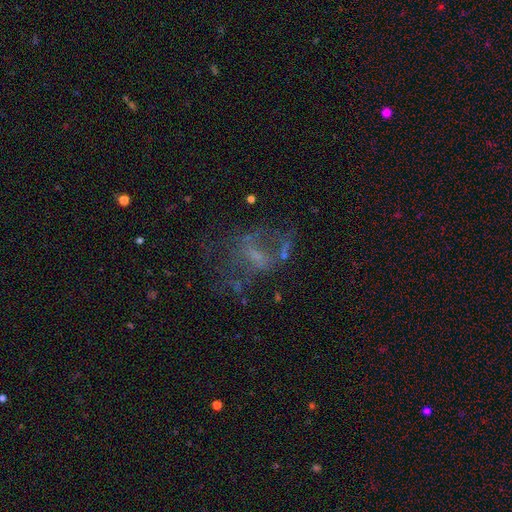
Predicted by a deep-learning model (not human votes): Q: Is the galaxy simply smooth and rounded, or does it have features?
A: featured or disk — 53%.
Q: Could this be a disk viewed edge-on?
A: no — 96%.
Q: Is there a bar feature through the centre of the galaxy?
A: no — 65%.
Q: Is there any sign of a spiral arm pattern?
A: no — 77%.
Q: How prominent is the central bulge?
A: none — 43%.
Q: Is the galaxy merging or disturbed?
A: none — 39%.